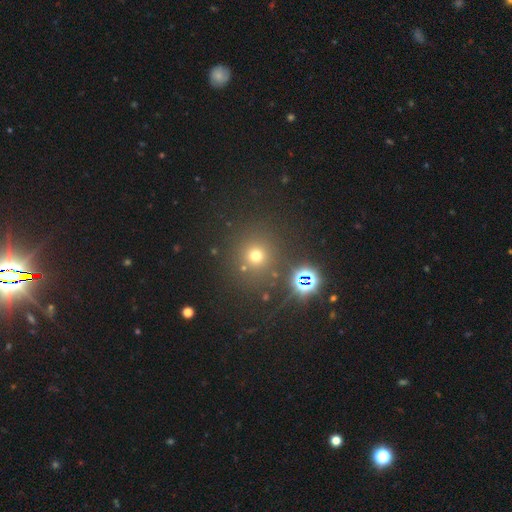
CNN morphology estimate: type=smooth (63%); roundness=round (93%); merging=none (82%).